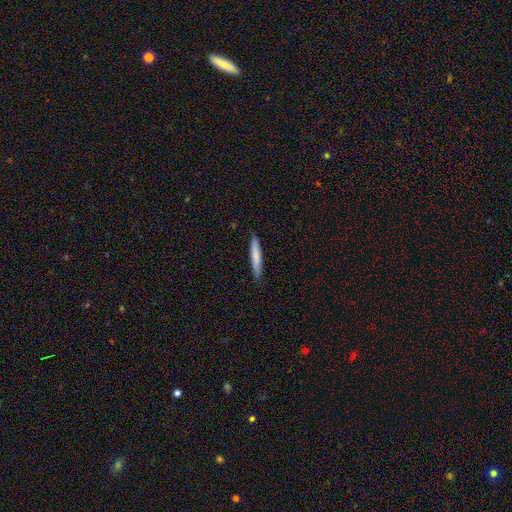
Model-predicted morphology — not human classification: type=smooth (76%); roundness=cigar-shaped (93%); merging=none (88%).